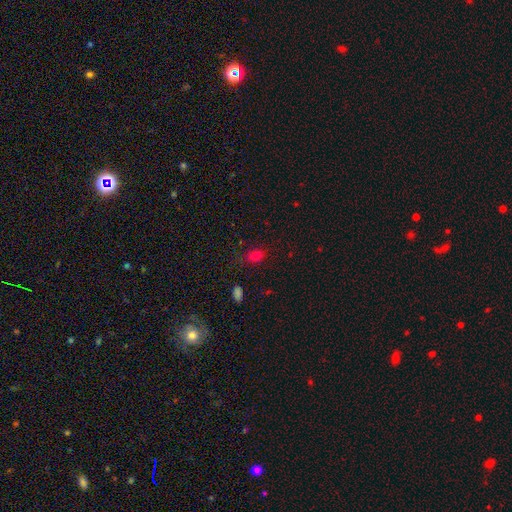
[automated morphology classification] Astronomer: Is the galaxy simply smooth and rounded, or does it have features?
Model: smooth — 76%.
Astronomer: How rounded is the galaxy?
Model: in between — 67%.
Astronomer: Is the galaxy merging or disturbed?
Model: none — 74%.